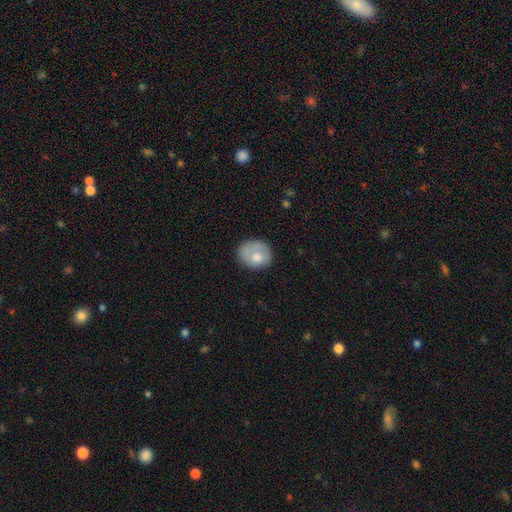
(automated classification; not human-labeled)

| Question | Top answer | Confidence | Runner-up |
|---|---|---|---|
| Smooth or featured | smooth | 70% | featured or disk (23%) |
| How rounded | round | 64% | in between (35%) |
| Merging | none | 60% | minor disturbance (24%) |